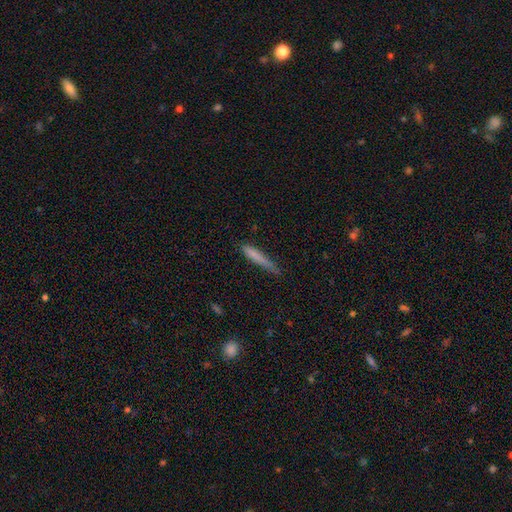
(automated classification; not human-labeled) Overall: smooth (76%). How rounded: cigar-shaped (93%). Merging: none (62%; minor disturbance 29%).